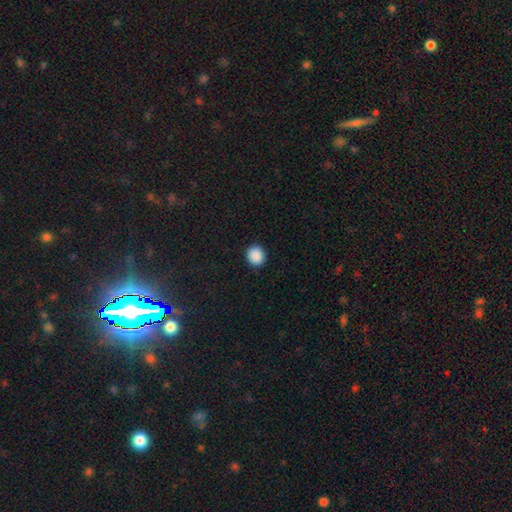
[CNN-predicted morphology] This is clearly a smooth galaxy (89%). How rounded: likely round (77%). Merging: clearly none (91%).